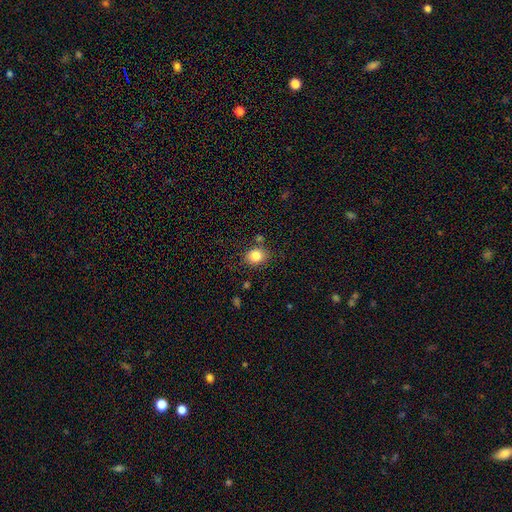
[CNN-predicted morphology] Q: Smooth or featured?
A: smooth (84%); runner-up: star or artifact (10%)
Q: How rounded?
A: round (63%); runner-up: in between (36%)
Q: Merging?
A: none (80%); runner-up: minor disturbance (12%)